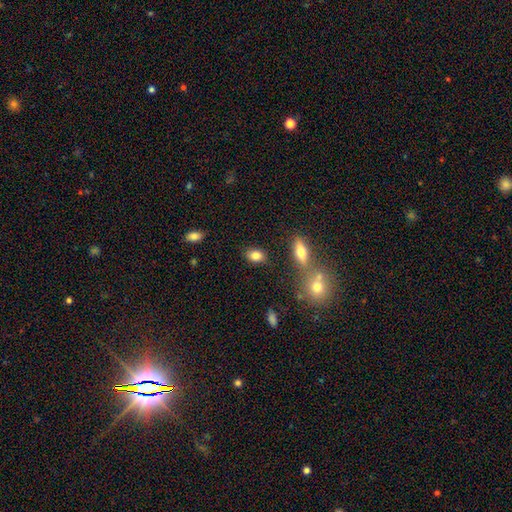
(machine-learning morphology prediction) The model was most divided on "how rounded": in between: 76%, round: 21%, cigar-shaped: 2%. More confident: smooth or featured — smooth (83%); merging — none (82%).